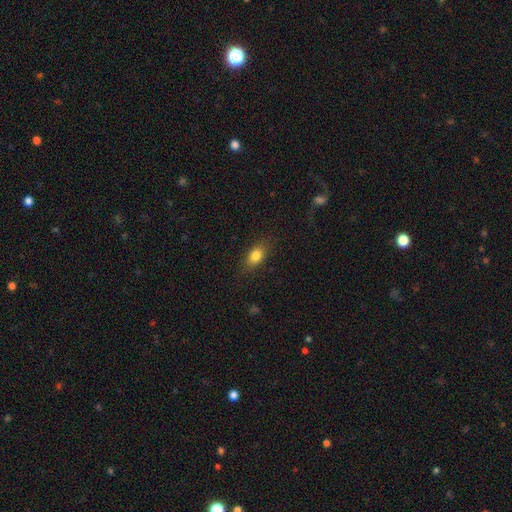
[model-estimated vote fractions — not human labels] This is clearly a smooth galaxy (80%). How rounded: likely in between (79%). Merging: clearly none (83%).